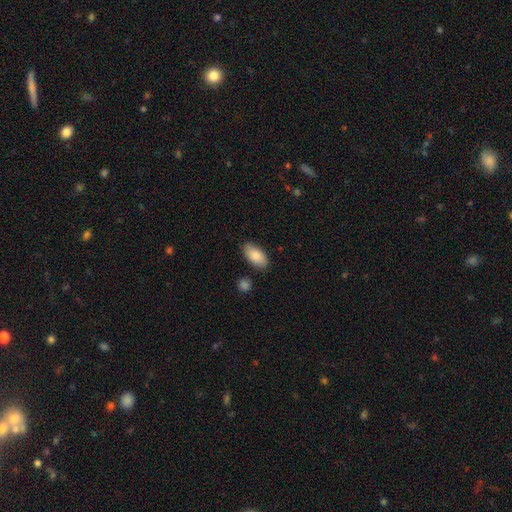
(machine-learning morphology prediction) Smooth or featured?
  - smooth: 84% *
  - featured or disk: 10%
  - star or artifact: 6%
How rounded?
  - in between: 94% *
  - cigar-shaped: 3%
  - round: 3%
Merging?
  - none: 83% *
  - minor disturbance: 12%
  - merger: 3%
  - major disturbance: 2%